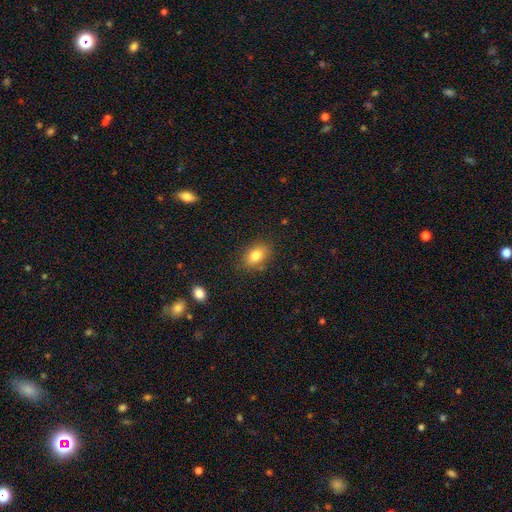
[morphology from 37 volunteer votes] This is likely a smooth galaxy (78%). How rounded: clearly in between (97%). Merging: clearly none (86%).